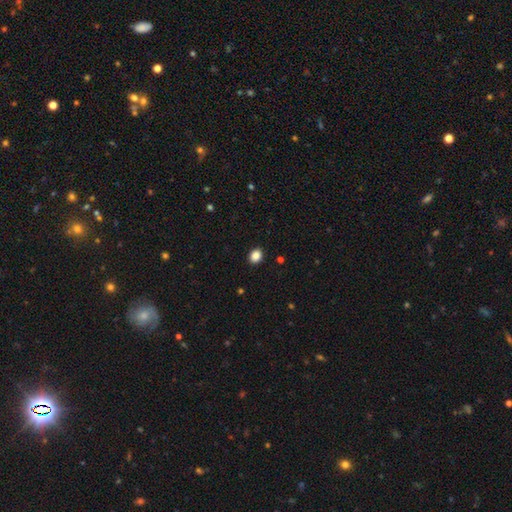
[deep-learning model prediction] Smooth or featured?
  - smooth: 87% *
  - star or artifact: 10%
  - featured or disk: 3%
How rounded?
  - in between: 57% *
  - round: 42%
  - cigar-shaped: 1%
Merging?
  - none: 91% *
  - minor disturbance: 6%
  - major disturbance: 2%
  - merger: 1%